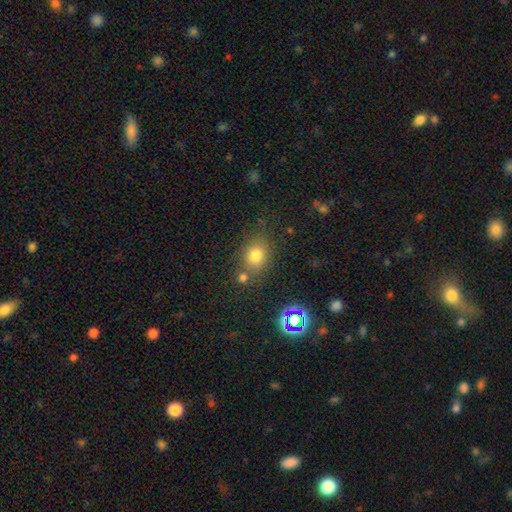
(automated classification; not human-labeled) A smooth galaxy with no disk features (75%) that is in between round and cigar-shaped (49%, tied with round). Merging: none (68%).